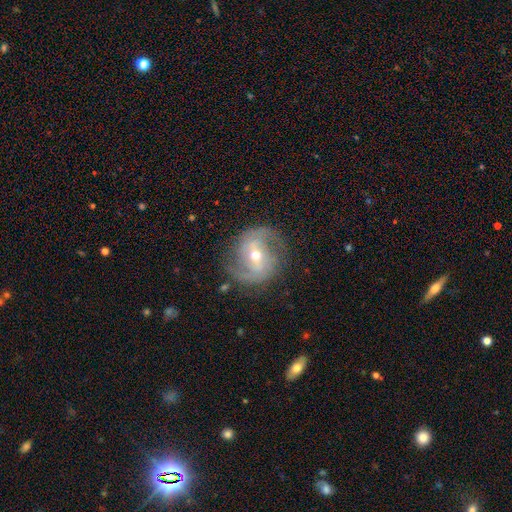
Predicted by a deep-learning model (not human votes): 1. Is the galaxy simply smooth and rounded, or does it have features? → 84% featured or disk, 10% smooth, 6% star or artifact.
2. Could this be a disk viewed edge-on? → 97% no, 3% yes.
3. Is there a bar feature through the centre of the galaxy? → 42% weak, 30% no, 28% strong.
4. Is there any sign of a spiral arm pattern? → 94% yes, 6% no.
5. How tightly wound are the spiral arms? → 49% medium, 27% loose, 24% tight.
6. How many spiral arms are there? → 89% 2, 5% can't tell, 2% 3, 2% 1, 1% 4, 1% more than 4.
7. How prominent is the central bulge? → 58% moderate, 38% small, 2% large, 1% dominant, 1% none.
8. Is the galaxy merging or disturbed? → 79% none, 14% minor disturbance, 6% major disturbance, 2% merger.